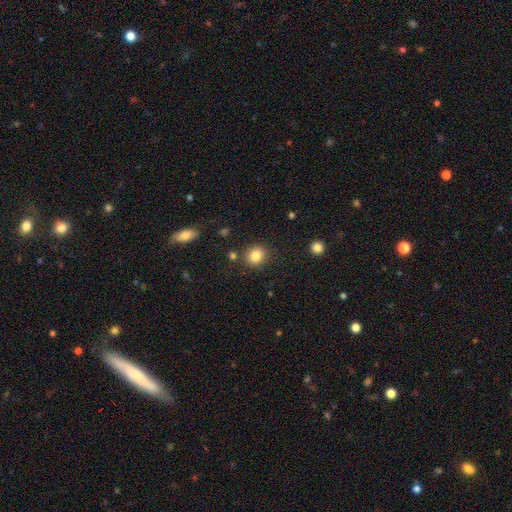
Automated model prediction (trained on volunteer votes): smooth_or_featured: smooth (p=0.84) [alt: star or artifact p=0.10]
how_rounded: round (p=0.76) [alt: in between p=0.23]
merging: none (p=0.83) [alt: minor disturbance p=0.09]